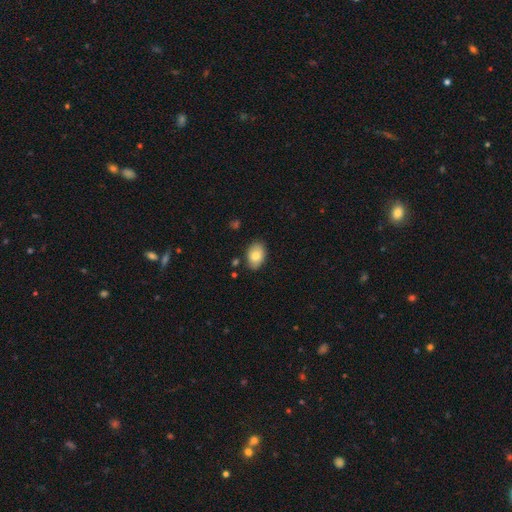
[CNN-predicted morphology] Smooth or featured: smooth — 78% (featured or disk — 15%)
How rounded: in between — 86% (round — 13%)
Merging: none — 83% (minor disturbance — 12%)